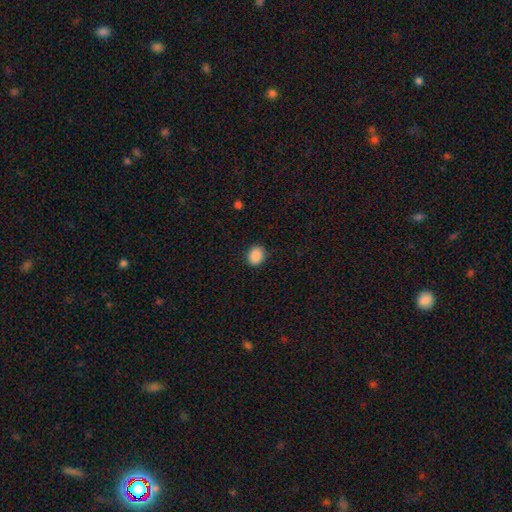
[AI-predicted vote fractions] smooth_or_featured: smooth (p=0.89) [alt: star or artifact p=0.09]
how_rounded: round (p=0.61) [alt: in between p=0.38]
merging: none (p=0.88) [alt: minor disturbance p=0.08]